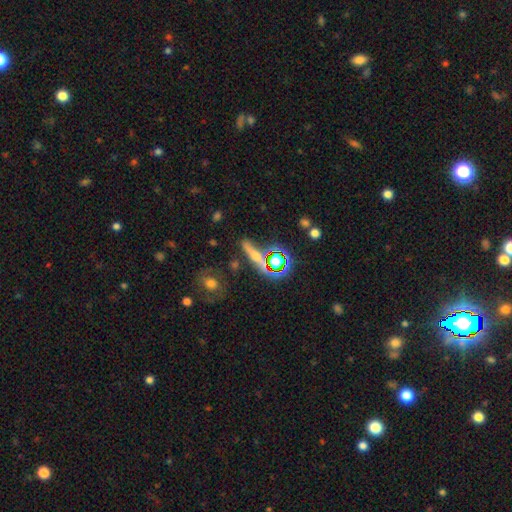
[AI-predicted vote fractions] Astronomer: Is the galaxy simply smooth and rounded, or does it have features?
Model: smooth — 39% (runner-up: star or artifact, 33%).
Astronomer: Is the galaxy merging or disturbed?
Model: none — 69%.